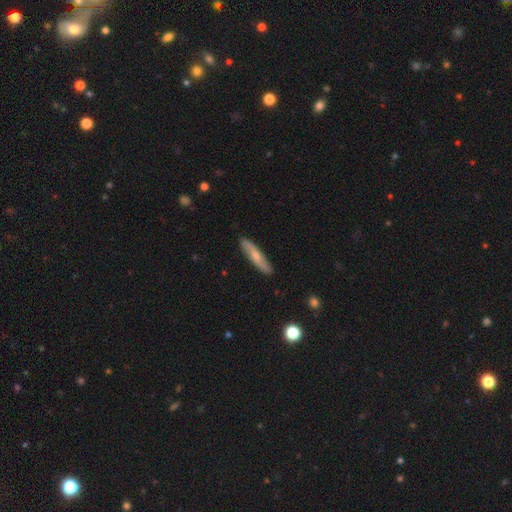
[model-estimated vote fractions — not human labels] Morphology: type=smooth (56%); roundness=cigar-shaped (84%); merging=none (87%).